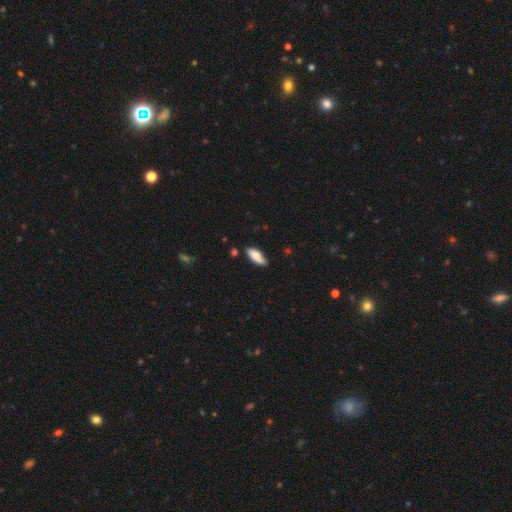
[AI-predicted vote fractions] Morphology: type=smooth (77%); roundness=in between (74%); merging=none (70%).